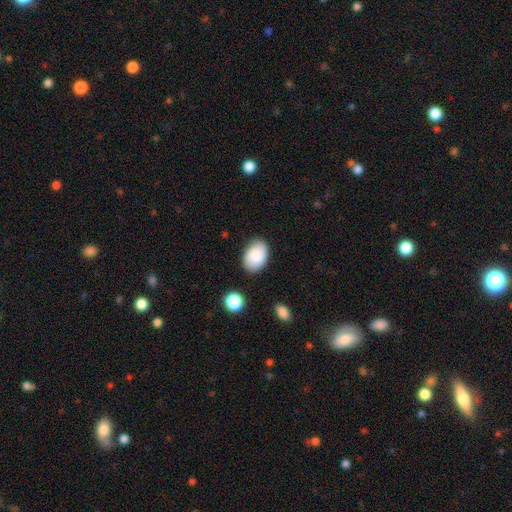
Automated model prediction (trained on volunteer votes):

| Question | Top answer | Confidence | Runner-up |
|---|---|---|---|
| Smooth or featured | smooth | 76% | featured or disk (16%) |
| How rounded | in between | 84% | round (15%) |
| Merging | none | 81% | minor disturbance (13%) |